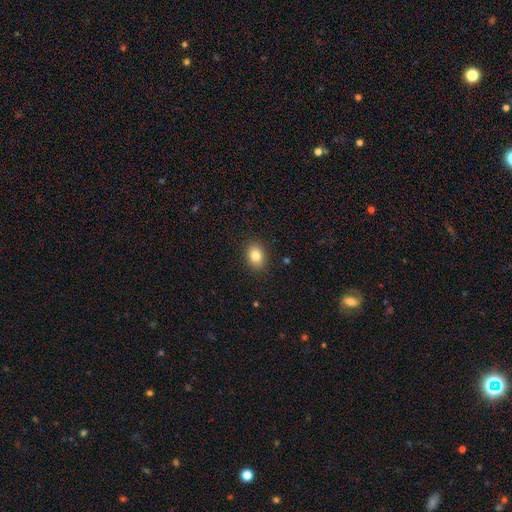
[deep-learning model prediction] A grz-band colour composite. It shows a smooth galaxy with no disk features (83%) that is in between round and cigar-shaped (60%). Merging: none (89%).